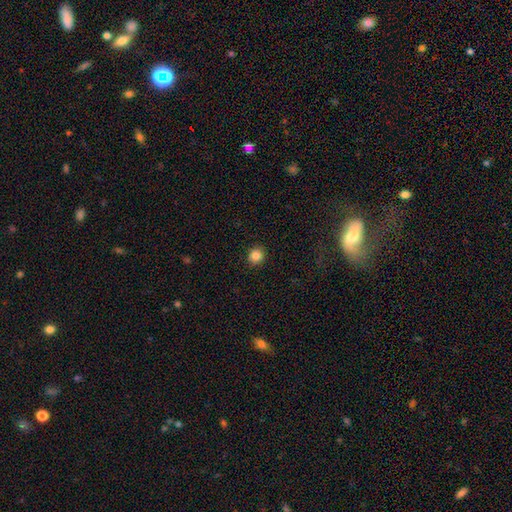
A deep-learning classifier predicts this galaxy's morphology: A smooth galaxy with no disk features (85%) that is round (90%). Merging: none (91%).